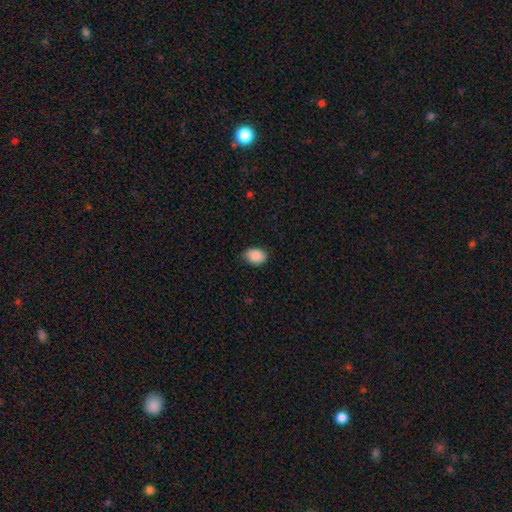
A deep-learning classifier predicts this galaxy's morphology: A smooth galaxy with no disk features (89%) that is in between round and cigar-shaped (82%).

Vote fractions:
- Smooth or featured? smooth: 89% / star or artifact: 7% / featured or disk: 4%
- How rounded? in between: 82% / round: 17% / cigar-shaped: 1%
- Merging? none: 75% / minor disturbance: 20% / major disturbance: 3% / merger: 1%